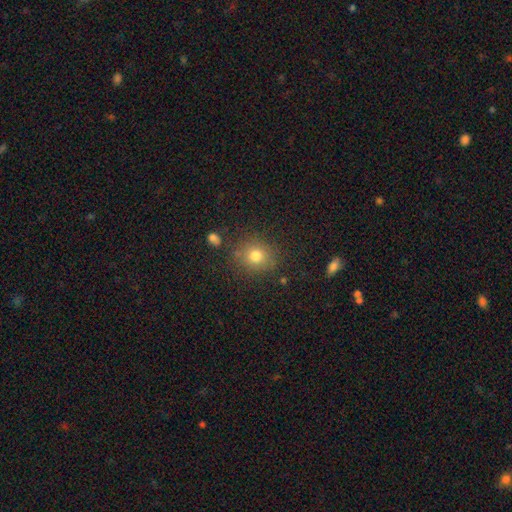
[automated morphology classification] smooth 78%, star or artifact 14%, featured or disk 9%. Down the decision tree: how rounded — round (79%); merging — none (81%).